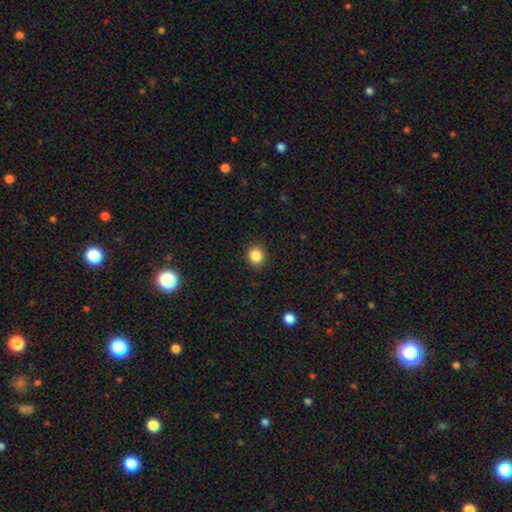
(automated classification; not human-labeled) Overall: smooth (85%). How rounded: round (86%). Merging: none (91%).